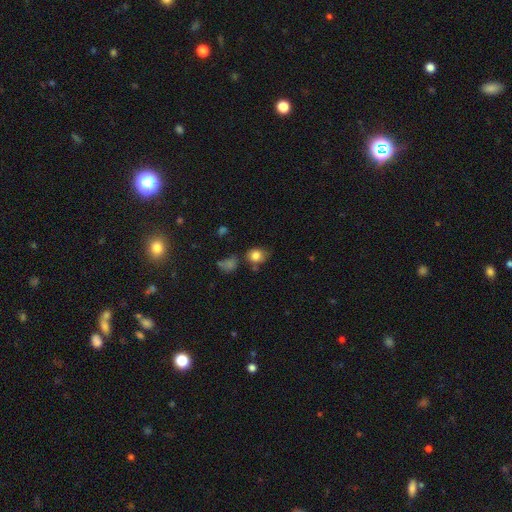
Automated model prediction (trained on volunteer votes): smooth_or_featured: smooth (p=0.80) [alt: star or artifact p=0.11]
how_rounded: round (p=0.61) [alt: in between p=0.38]
merging: none (p=0.58) [alt: minor disturbance p=0.23]